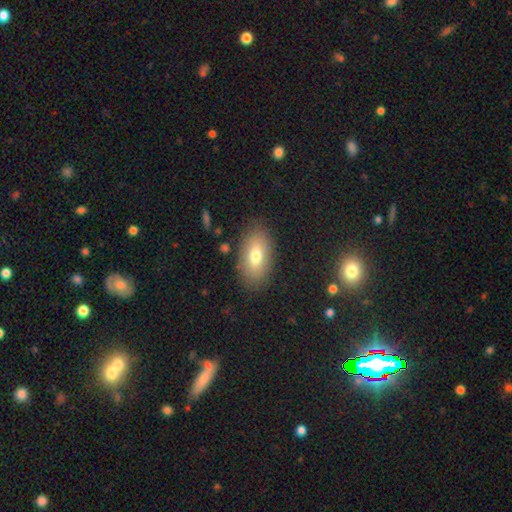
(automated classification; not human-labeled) smooth 72%, featured or disk 19%, star or artifact 9%. Down the decision tree: how rounded — in between (91%); merging — none (84%).